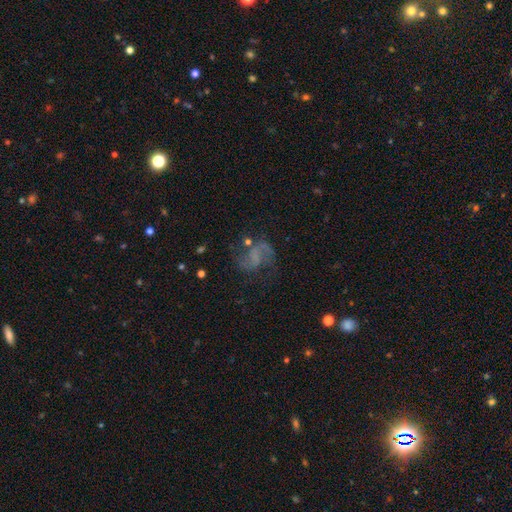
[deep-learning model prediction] smooth-or-featured: featured or disk: 72% | smooth: 15% | star or artifact: 13%
  disk-edge-on: no: 98% | yes: 2%
    bar: no: 43% | weak: 41% | strong: 16%
    has-spiral-arms: yes: 88% | no: 12%
      spiral-winding: loose: 56% | medium: 36% | tight: 9%
      spiral-arm-count: 2: 84% | 1: 7% | can't tell: 5% | 3: 1% | 4: 1% | more than 4: 1%
    bulge-size: none: 64% | small: 22% | moderate: 10% | large: 3% | dominant: 1%
  merging: none: 59% | major disturbance: 19% | minor disturbance: 18% | merger: 4%